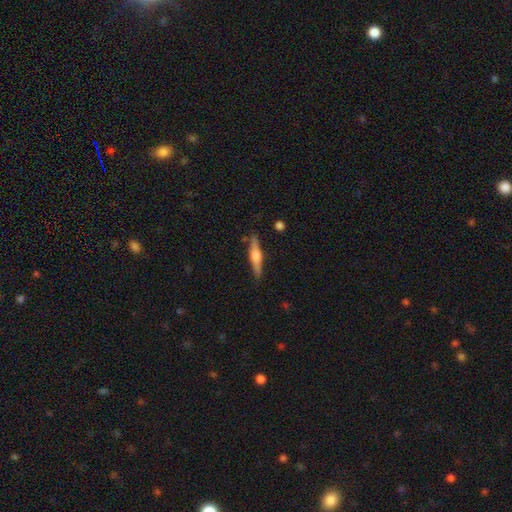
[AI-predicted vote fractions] Overall: featured or disk (63%; smooth 32%). Edge-on disk: yes (97%). Edge-on bulge: rounded (87%). Merging: none (87%).